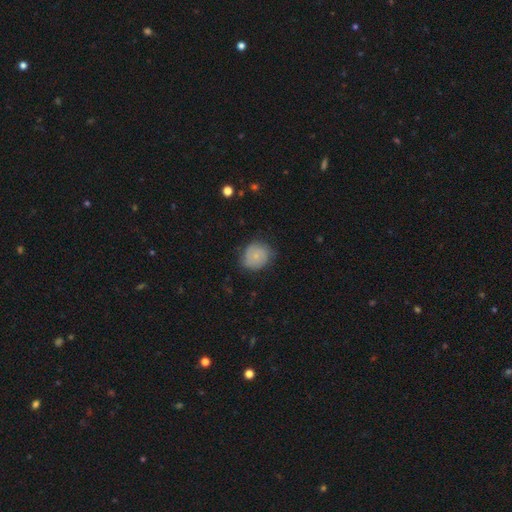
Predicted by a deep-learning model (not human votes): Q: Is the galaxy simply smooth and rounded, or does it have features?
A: smooth — 63%.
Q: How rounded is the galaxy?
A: round — 79%.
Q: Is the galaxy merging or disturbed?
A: none — 68%.